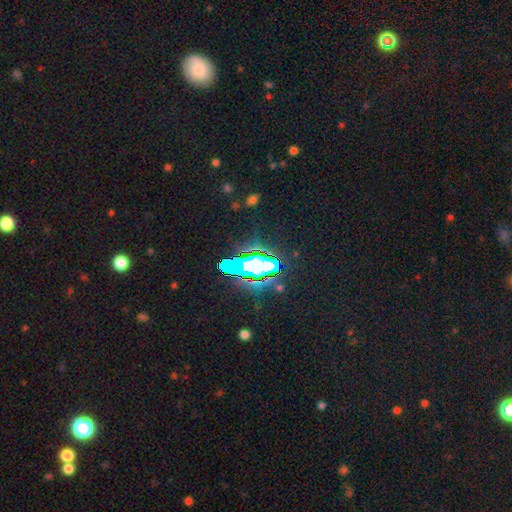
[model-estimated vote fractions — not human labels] Smooth or featured? star or artifact (62%)